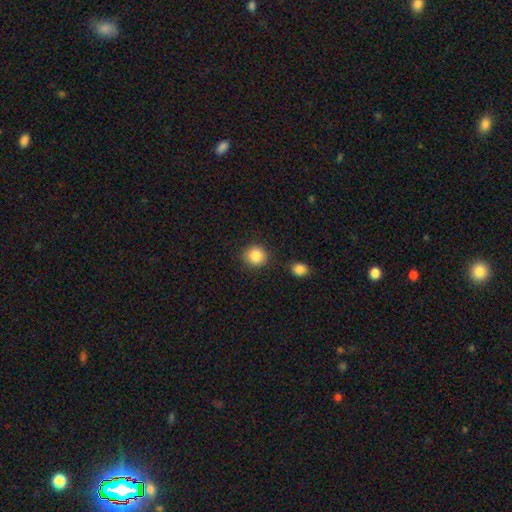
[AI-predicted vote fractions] A smooth galaxy with no disk features (87%) that is round (89%).

Vote fractions:
- Smooth or featured? smooth: 87% / star or artifact: 9% / featured or disk: 5%
- How rounded? round: 89% / in between: 10% / cigar-shaped: 1%
- Merging? none: 83% / minor disturbance: 9% / merger: 5% / major disturbance: 3%